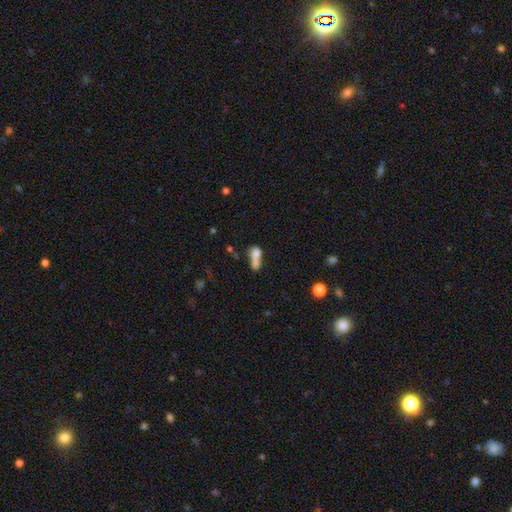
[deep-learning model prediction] This appears to be a smooth galaxy with no disk features (68%) that is in between round and cigar-shaped (58%). Merging: merger (57%).